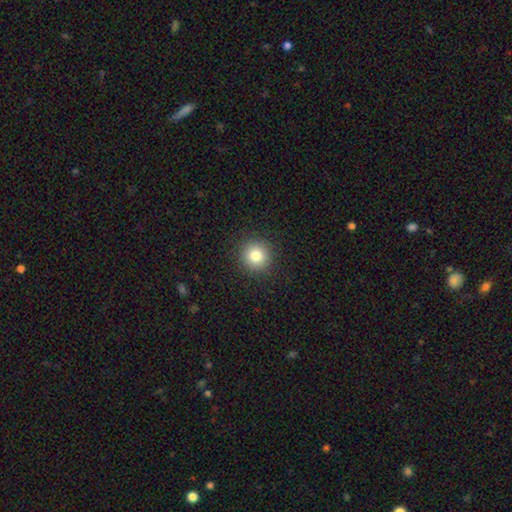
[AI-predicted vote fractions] A smooth galaxy with no disk features (81%) that is round (94%).

Vote fractions:
- Smooth or featured? smooth: 81% / star or artifact: 12% / featured or disk: 7%
- How rounded? round: 94% / in between: 5% / cigar-shaped: 1%
- Merging? none: 92% / minor disturbance: 5% / major disturbance: 2% / merger: 1%